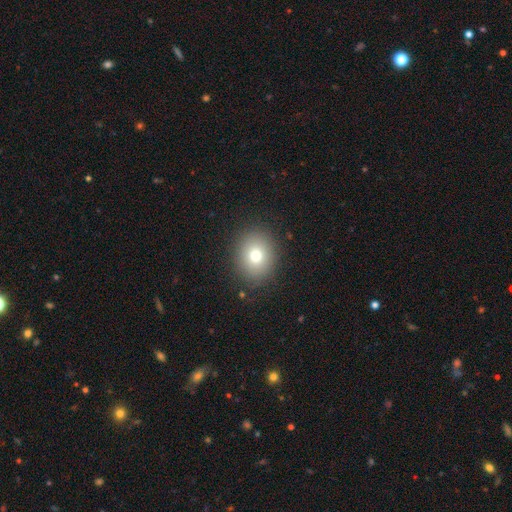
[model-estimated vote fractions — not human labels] smooth_or_featured: smooth (p=0.75) [alt: star or artifact p=0.13]
how_rounded: round (p=0.69) [alt: in between p=0.30]
merging: none (p=0.87) [alt: minor disturbance p=0.08]